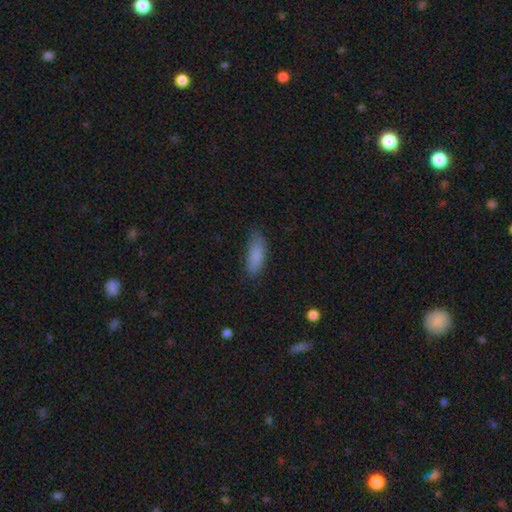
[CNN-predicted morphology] A smooth galaxy with no disk features (86%) that is in between round and cigar-shaped (61%). Merging: none (75%).